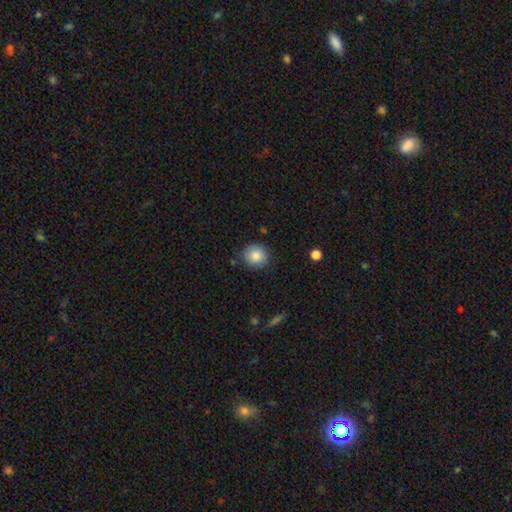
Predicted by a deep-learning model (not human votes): Smooth or featured?
  - smooth: 85% *
  - star or artifact: 9%
  - featured or disk: 6%
How rounded?
  - round: 87% *
  - in between: 12%
  - cigar-shaped: 1%
Merging?
  - none: 84% *
  - minor disturbance: 11%
  - major disturbance: 3%
  - merger: 2%